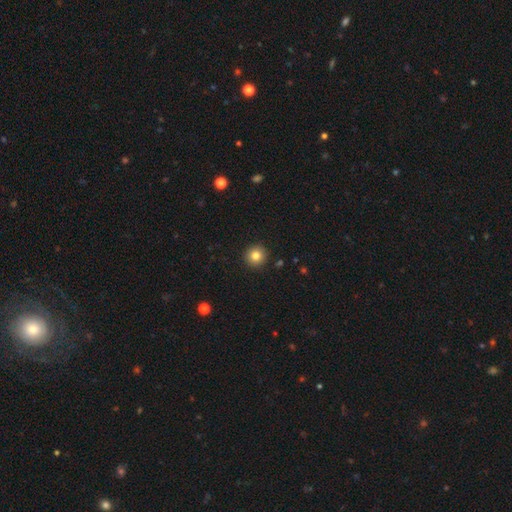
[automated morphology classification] Smooth or featured?
  - smooth: 82% *
  - star or artifact: 11%
  - featured or disk: 8%
How rounded?
  - round: 95% *
  - in between: 4%
  - cigar-shaped: 1%
Merging?
  - none: 92% *
  - minor disturbance: 5%
  - major disturbance: 2%
  - merger: 1%